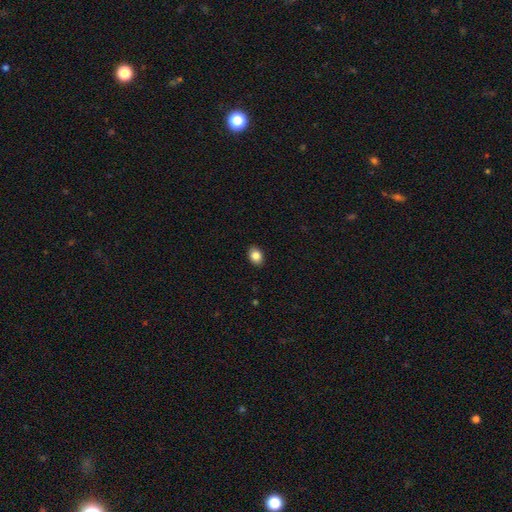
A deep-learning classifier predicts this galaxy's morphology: A smooth galaxy with no disk features (86%) that is in between round and cigar-shaped (71%). Merging: none (90%).